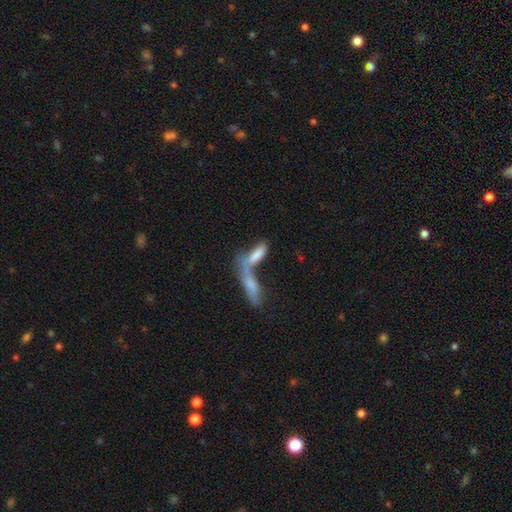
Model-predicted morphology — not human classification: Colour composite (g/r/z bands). It shows a smooth galaxy with no disk features (69%) that is cigar-shaped (50%). Merging: merger (65%).